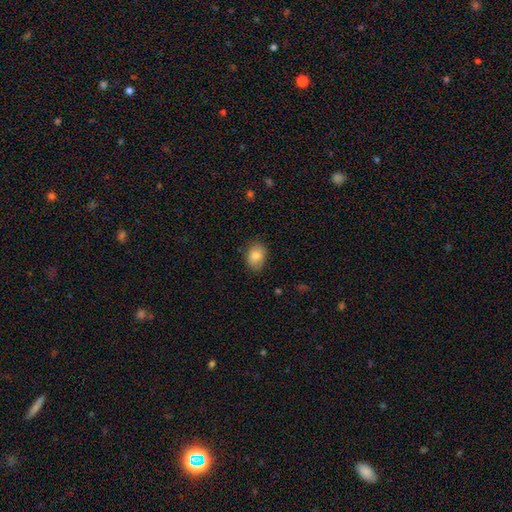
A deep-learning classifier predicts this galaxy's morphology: smooth-or-featured: smooth: 84% | featured or disk: 8% | star or artifact: 8%
  how-rounded: in between: 70% | round: 29% | cigar-shaped: 1%
  merging: none: 79% | minor disturbance: 16% | major disturbance: 3% | merger: 1%